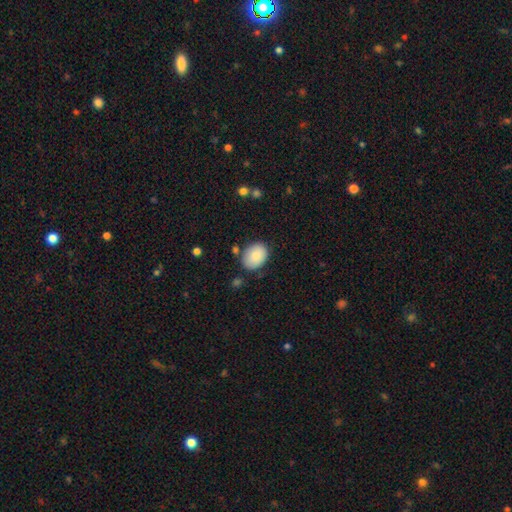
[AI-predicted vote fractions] smooth 85%, featured or disk 8%, star or artifact 7%. Down the decision tree: how rounded — in between (70%); merging — none (77%).